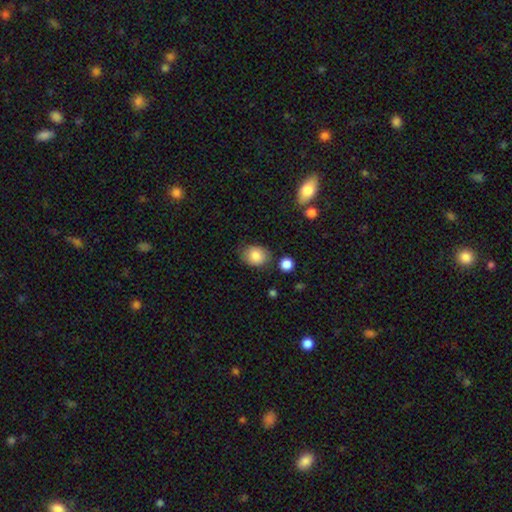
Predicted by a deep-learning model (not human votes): Overall: smooth (84%). How rounded: in between (59%; round 40%). Merging: none (73%).